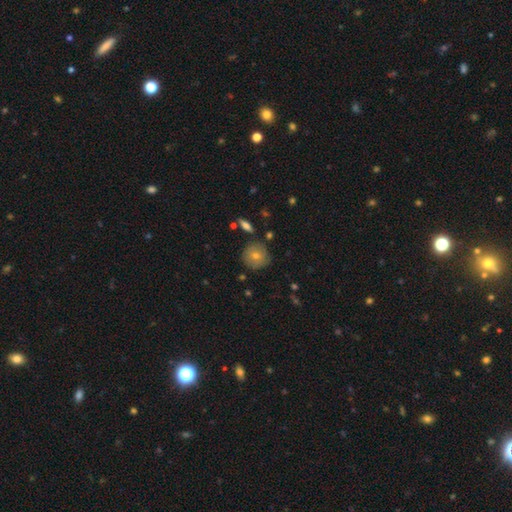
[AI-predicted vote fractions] smooth 72%, featured or disk 19%, star or artifact 9%. Down the decision tree: how rounded — round (93%); merging — none (81%).